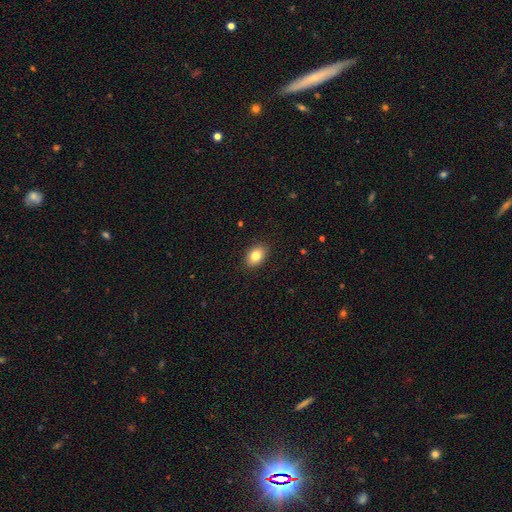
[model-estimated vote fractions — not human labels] Q: Smooth or featured?
A: smooth (83%); runner-up: star or artifact (9%)
Q: How rounded?
A: in between (78%); runner-up: round (21%)
Q: Merging?
A: none (89%); runner-up: minor disturbance (8%)